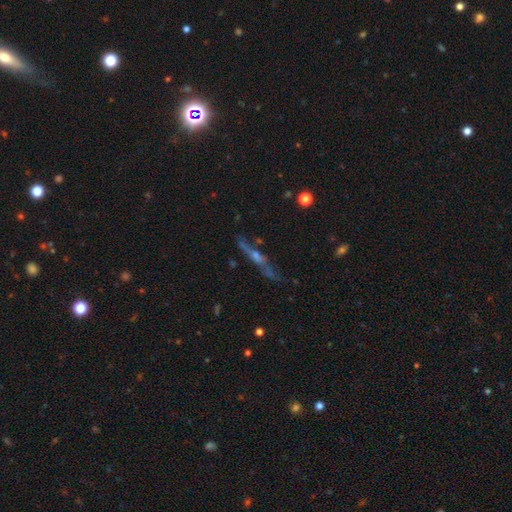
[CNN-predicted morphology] type=featured or disk (66%); edge-on=yes (84%); edge-on bulge=rounded (63%); merging=none (66%).